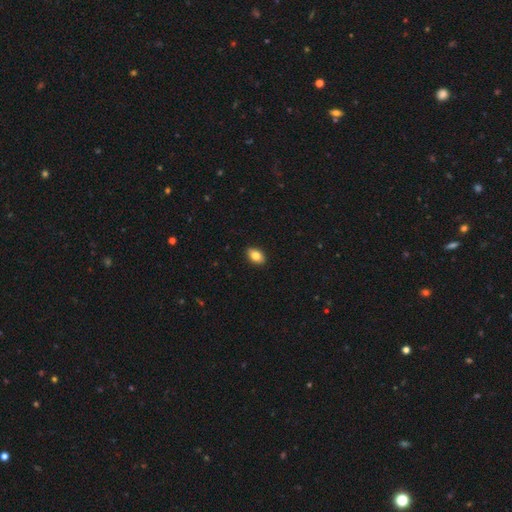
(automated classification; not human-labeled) The model was most divided on "smooth or featured": smooth: 82%, featured or disk: 10%, star or artifact: 8%. More confident: merging — none (91%); how rounded — in between (88%).